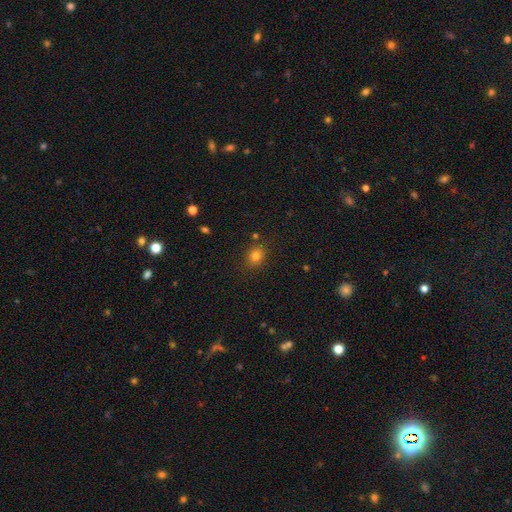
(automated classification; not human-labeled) This is likely a smooth galaxy (80%). How rounded: likely round (67%). Merging: clearly none (84%).